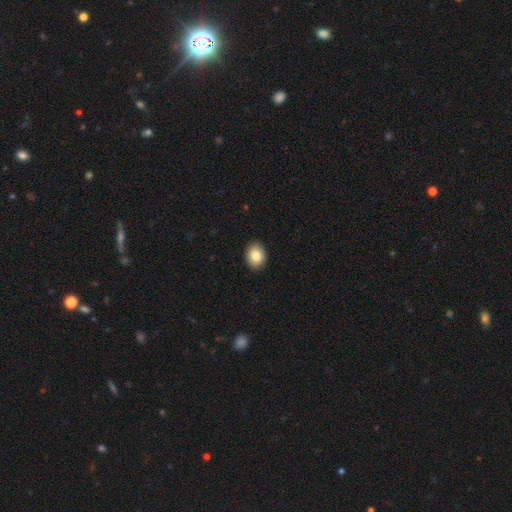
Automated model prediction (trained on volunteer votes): Q: Smooth or featured?
A: smooth (85%); runner-up: star or artifact (8%)
Q: How rounded?
A: in between (64%); runner-up: round (35%)
Q: Merging?
A: none (91%); runner-up: minor disturbance (7%)